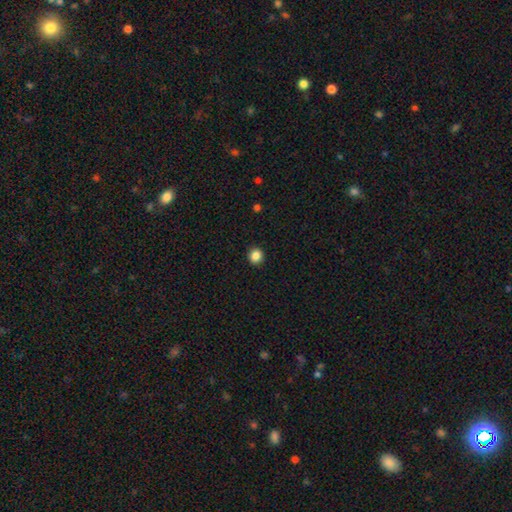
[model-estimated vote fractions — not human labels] This is clearly a smooth galaxy (86%). How rounded: clearly round (90%). Merging: clearly none (93%).